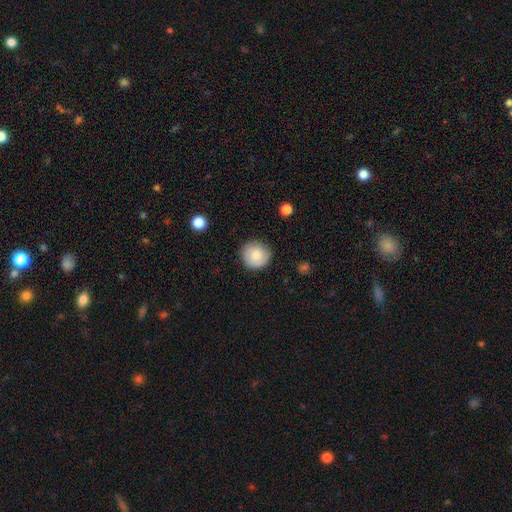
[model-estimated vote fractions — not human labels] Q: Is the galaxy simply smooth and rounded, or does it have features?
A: smooth — 85%.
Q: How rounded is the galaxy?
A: round — 93%.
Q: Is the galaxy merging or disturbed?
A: none — 88%.